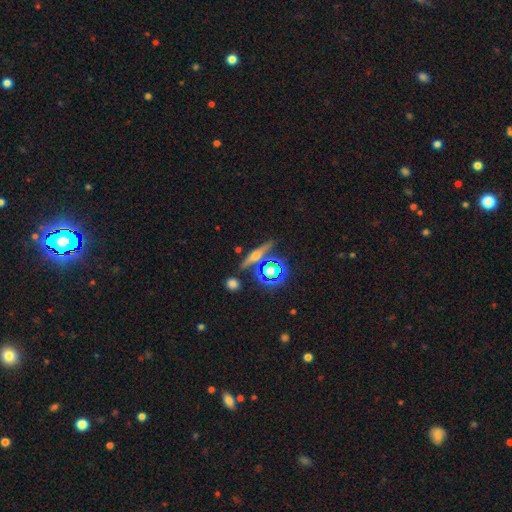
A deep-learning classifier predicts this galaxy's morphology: Q: Smooth or featured?
A: featured or disk (54%); runner-up: smooth (27%)
Q: Edge-on disk?
A: yes (91%); runner-up: no (9%)
Q: Merging?
A: none (80%); runner-up: minor disturbance (10%)